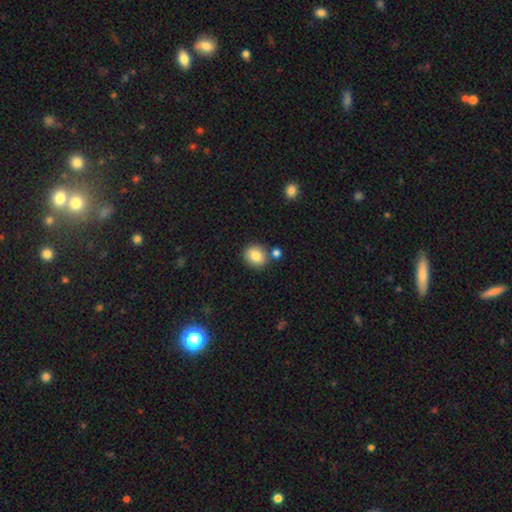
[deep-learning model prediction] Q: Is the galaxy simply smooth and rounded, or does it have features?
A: smooth — 83%.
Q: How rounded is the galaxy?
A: round — 70%.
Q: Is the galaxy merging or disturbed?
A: none — 76%.